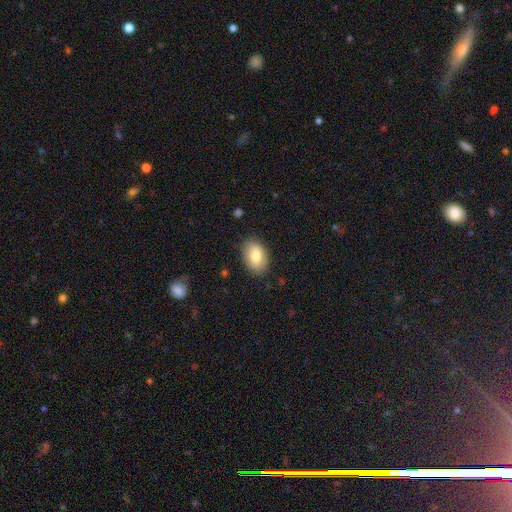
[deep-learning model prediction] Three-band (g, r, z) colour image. It shows a smooth galaxy with no disk features (77%) that is in between round and cigar-shaped (86%). Merging: none (83%).